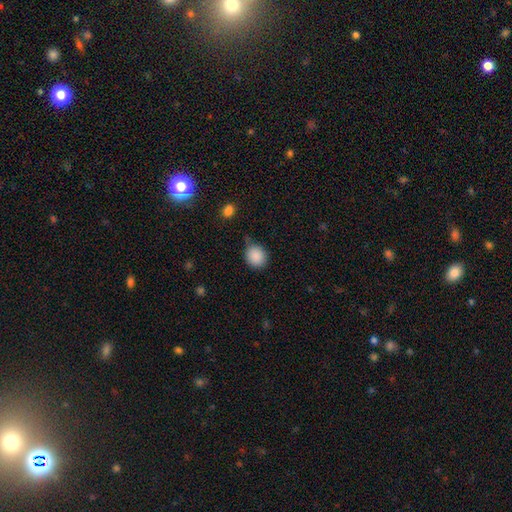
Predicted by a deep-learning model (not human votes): This is clearly a smooth galaxy (89%). How rounded: likely round (79%). Merging: likely none (70%).